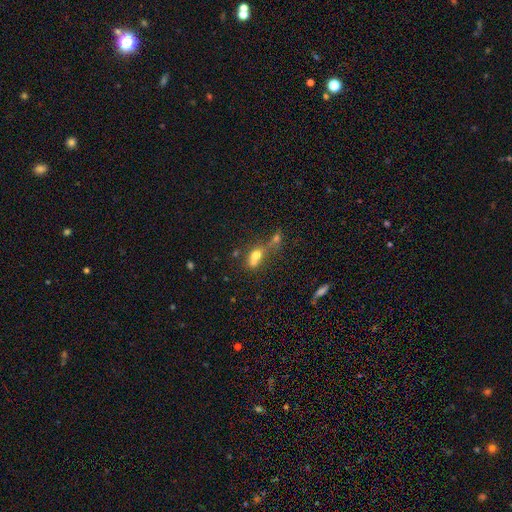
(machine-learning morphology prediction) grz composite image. It shows a smooth galaxy with no disk features (67%) that is in between round and cigar-shaped (53%). Merging: merger (58%).